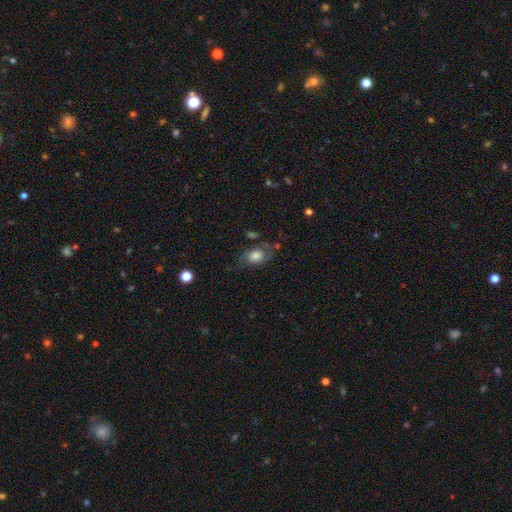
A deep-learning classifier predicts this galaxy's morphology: Q: Smooth or featured?
A: smooth (65%); runner-up: featured or disk (27%)
Q: How rounded?
A: in between (78%); runner-up: round (20%)
Q: Merging?
A: none (54%); runner-up: minor disturbance (26%)